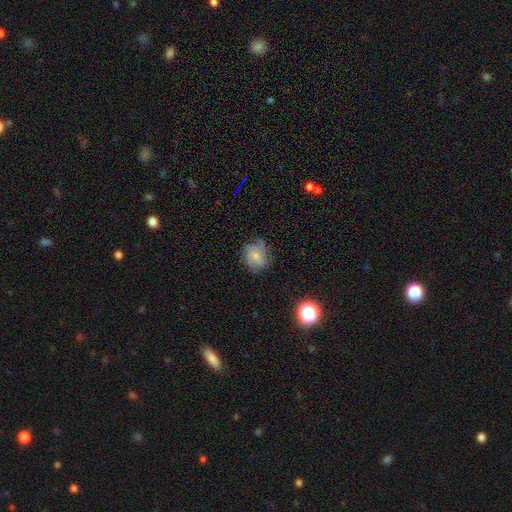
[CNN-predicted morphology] Smooth or featured? Predicted: featured or disk (p=0.48). Merging? Predicted: none (p=0.61).